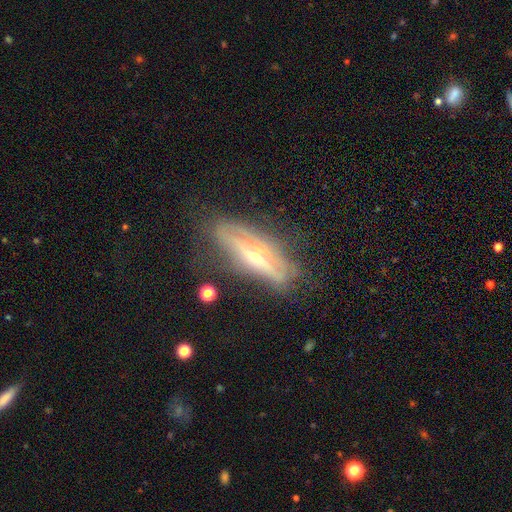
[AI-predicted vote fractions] Smooth or featured?
  - featured or disk: 72% *
  - smooth: 20%
  - star or artifact: 8%
Edge-on disk?
  - yes: 79% *
  - no: 21%
Edge-on bulge?
  - rounded: 85% *
  - none: 10%
  - boxy: 5%
Merging?
  - none: 67% *
  - minor disturbance: 21%
  - major disturbance: 10%
  - merger: 2%